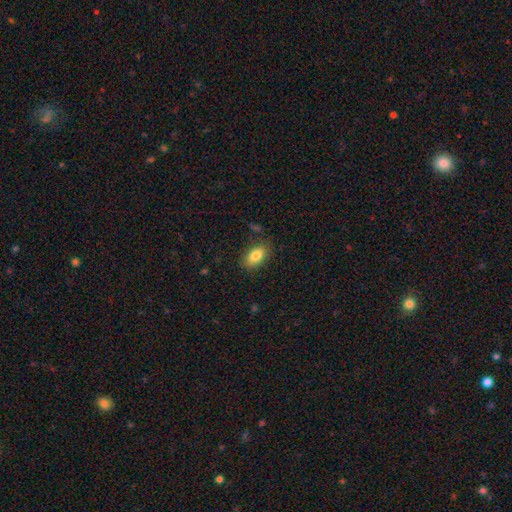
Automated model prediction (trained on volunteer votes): smooth-or-featured: smooth: 83% | featured or disk: 9% | star or artifact: 8%
  how-rounded: in between: 90% | round: 7% | cigar-shaped: 3%
  merging: none: 82% | minor disturbance: 13% | major disturbance: 3% | merger: 2%